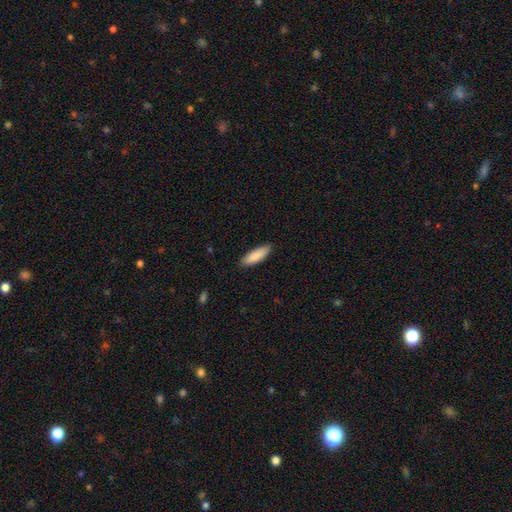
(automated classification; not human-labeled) smooth 88%, featured or disk 7%, star or artifact 6%. Down the decision tree: how rounded — in between (54%); merging — none (85%).